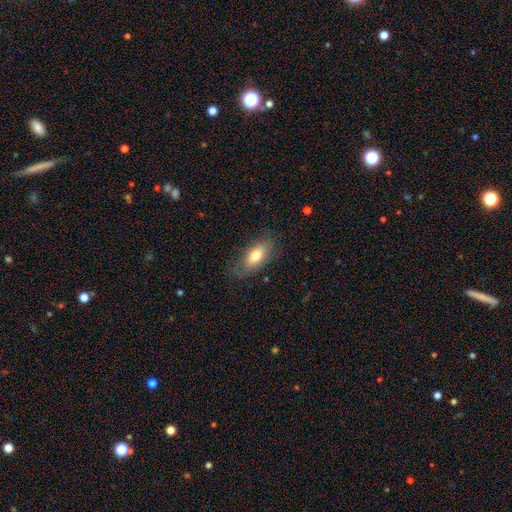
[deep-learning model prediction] Smooth or featured?
  - smooth: 72% *
  - featured or disk: 21%
  - star or artifact: 7%
How rounded?
  - in between: 84% *
  - cigar-shaped: 12%
  - round: 4%
Merging?
  - none: 75% *
  - minor disturbance: 18%
  - major disturbance: 6%
  - merger: 1%